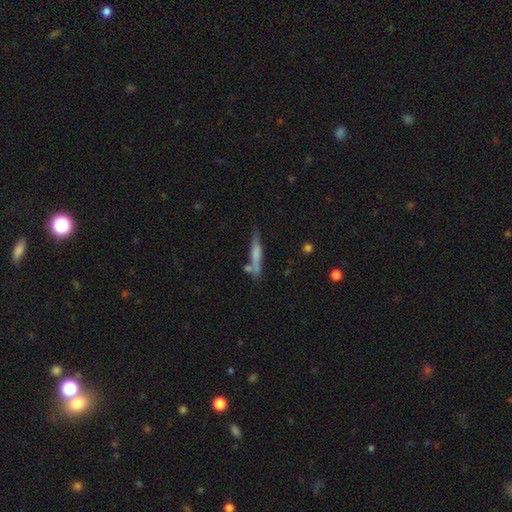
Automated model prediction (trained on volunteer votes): Overall: smooth (51%; featured or disk 42%). How rounded: cigar-shaped (90%). Merging: none (67%).